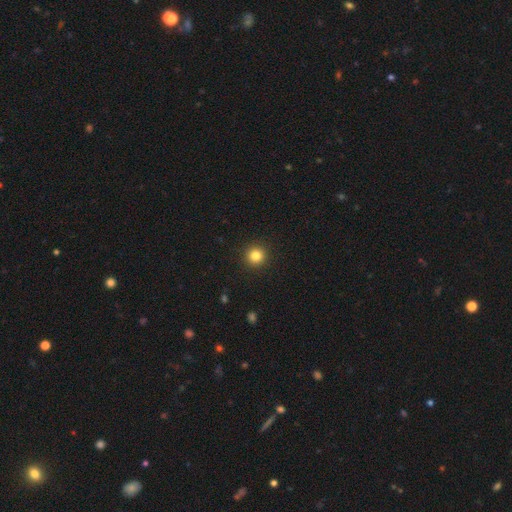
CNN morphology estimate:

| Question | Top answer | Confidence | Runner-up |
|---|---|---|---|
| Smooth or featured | smooth | 83% | star or artifact (12%) |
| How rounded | round | 95% | in between (4%) |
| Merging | none | 92% | minor disturbance (5%) |